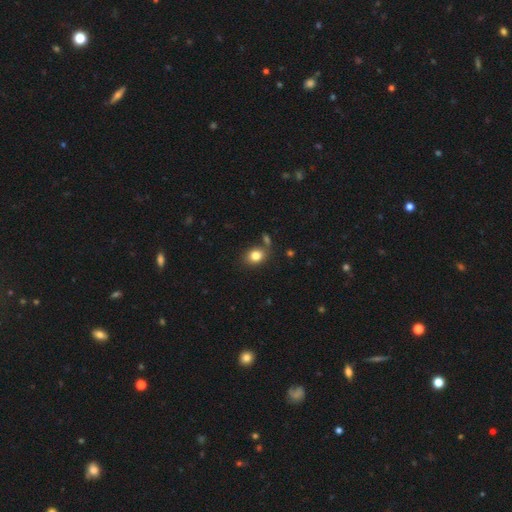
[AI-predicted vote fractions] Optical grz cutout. It shows a smooth galaxy with no disk features (82%) that is in between round and cigar-shaped (51%). Merging: none (73%).